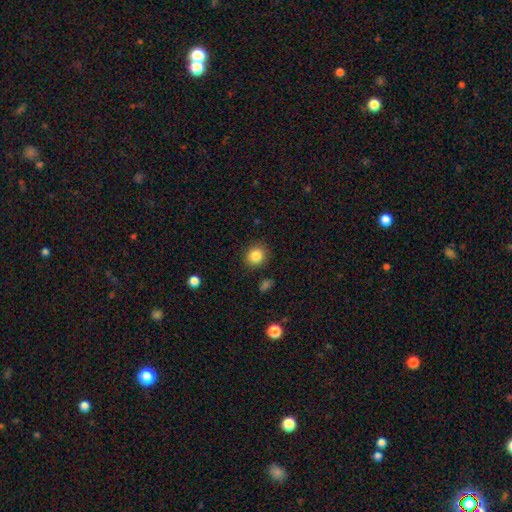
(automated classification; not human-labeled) A smooth galaxy with no disk features (85%) that is round (83%).

Vote fractions:
- Smooth or featured? smooth: 85% / star or artifact: 10% / featured or disk: 5%
- How rounded? round: 83% / in between: 16% / cigar-shaped: 1%
- Merging? none: 88% / minor disturbance: 8% / major disturbance: 2% / merger: 2%